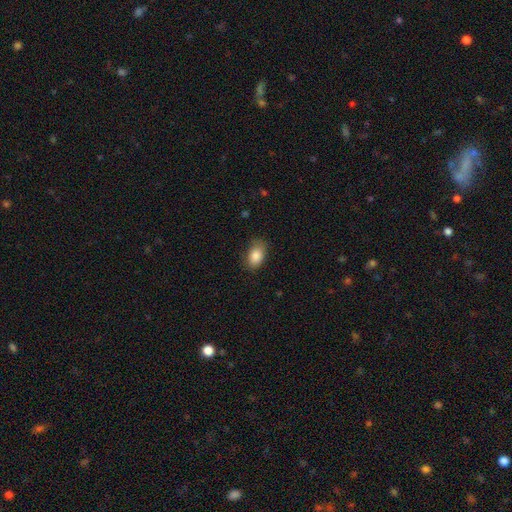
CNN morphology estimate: Smooth or featured: smooth — 87% (star or artifact — 7%)
How rounded: in between — 87% (round — 11%)
Merging: none — 74% (minor disturbance — 20%)